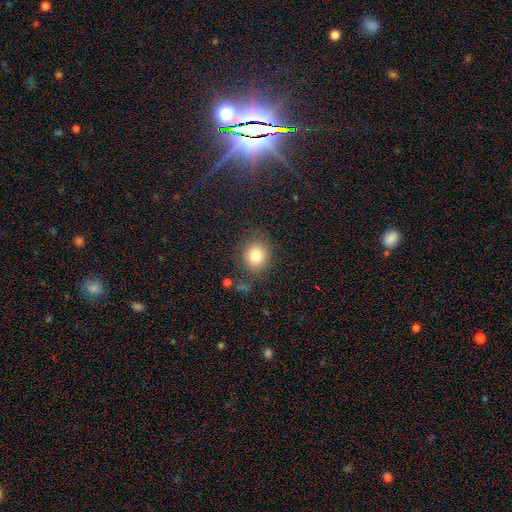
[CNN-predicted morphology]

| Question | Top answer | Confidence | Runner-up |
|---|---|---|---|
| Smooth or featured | smooth | 83% | star or artifact (10%) |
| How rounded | round | 73% | in between (26%) |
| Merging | none | 80% | minor disturbance (12%) |